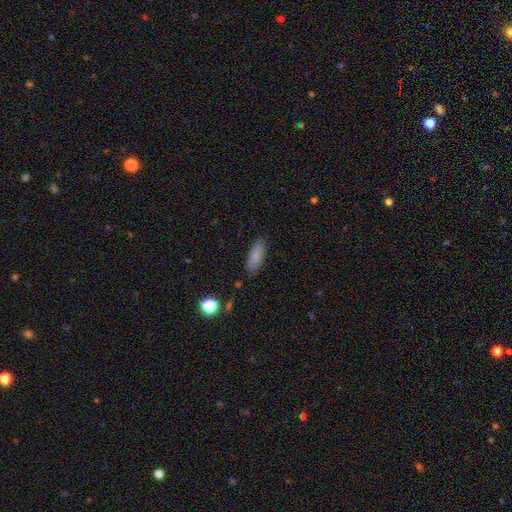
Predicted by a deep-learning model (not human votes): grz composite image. It shows a smooth galaxy with no disk features (83%) that is in between round and cigar-shaped (69%). Merging: none (86%).